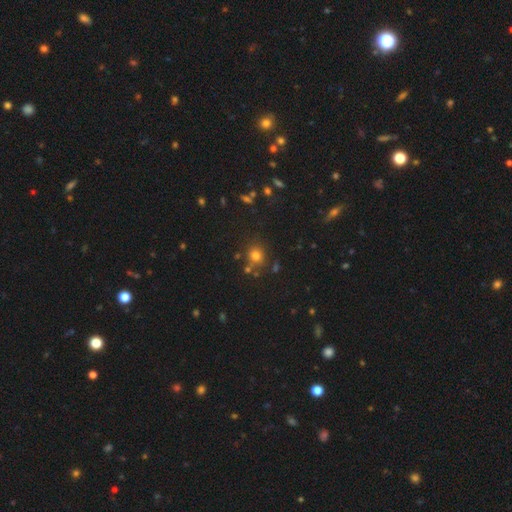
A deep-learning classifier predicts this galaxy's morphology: A smooth galaxy with no disk features (74%) that is round (82%).

Vote fractions:
- Smooth or featured? smooth: 74% / star or artifact: 19% / featured or disk: 8%
- How rounded? round: 82% / in between: 17% / cigar-shaped: 1%
- Merging? none: 76% / minor disturbance: 11% / merger: 10% / major disturbance: 4%